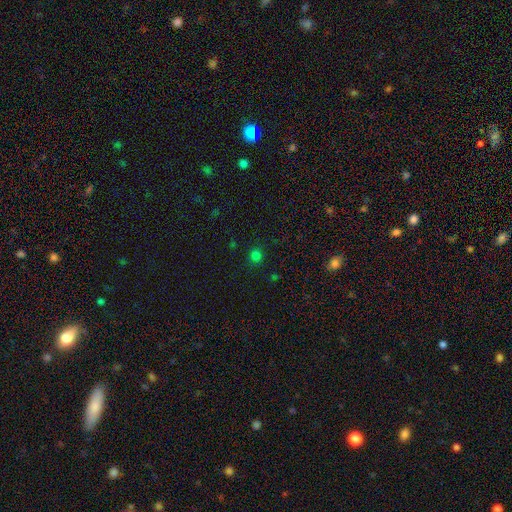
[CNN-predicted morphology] smooth 75%, star or artifact 21%, featured or disk 4%. Down the decision tree: how rounded — round (88%); merging — none (86%).